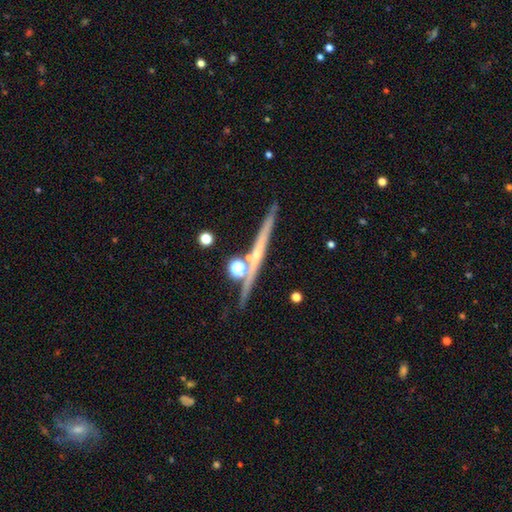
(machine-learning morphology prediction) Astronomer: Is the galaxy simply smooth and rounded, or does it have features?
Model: featured or disk — 61%.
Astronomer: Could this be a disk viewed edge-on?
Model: yes — 95%.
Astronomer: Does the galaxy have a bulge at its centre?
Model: none — 70%.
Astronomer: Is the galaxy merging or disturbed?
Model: none — 77%.